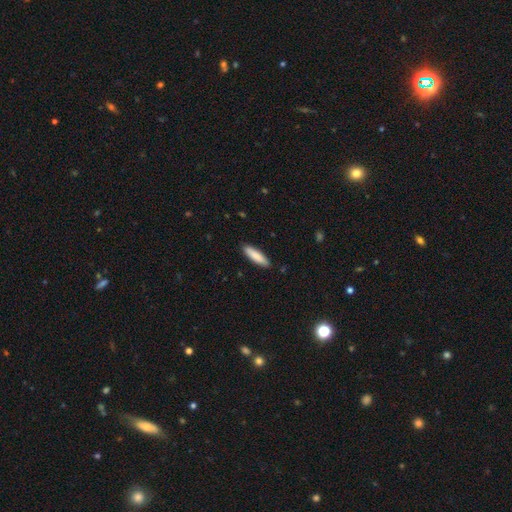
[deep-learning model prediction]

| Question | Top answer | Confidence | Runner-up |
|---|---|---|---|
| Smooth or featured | smooth | 86% | featured or disk (9%) |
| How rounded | cigar-shaped | 73% | in between (26%) |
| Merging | none | 89% | minor disturbance (8%) |